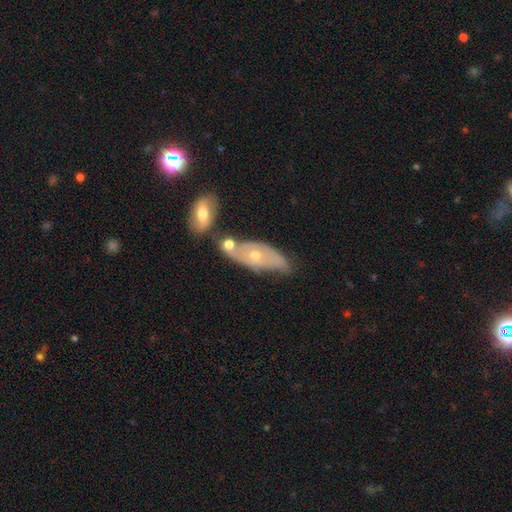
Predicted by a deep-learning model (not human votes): Morphology: type=featured or disk (59%); edge-on=no (79%); merging=none (43%).